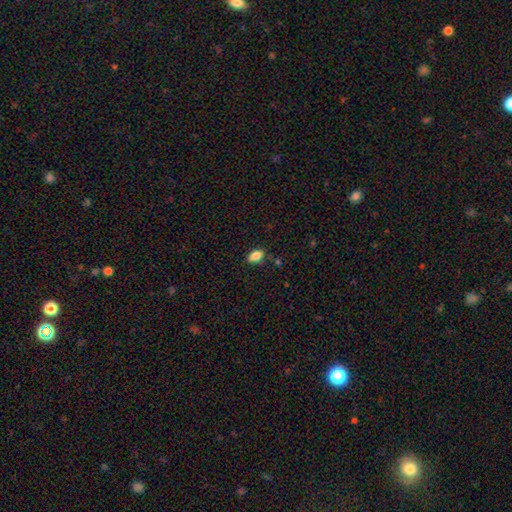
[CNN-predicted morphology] Smooth or featured? Predicted: smooth (p=0.85). How rounded? Predicted: in between (p=0.90). Merging? Predicted: none (p=0.83).